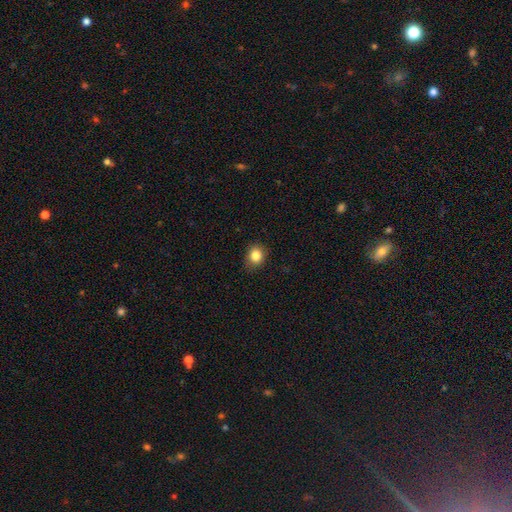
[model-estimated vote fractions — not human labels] Smooth or featured? smooth (84%)
How rounded? round (70%)
Merging? none (85%)